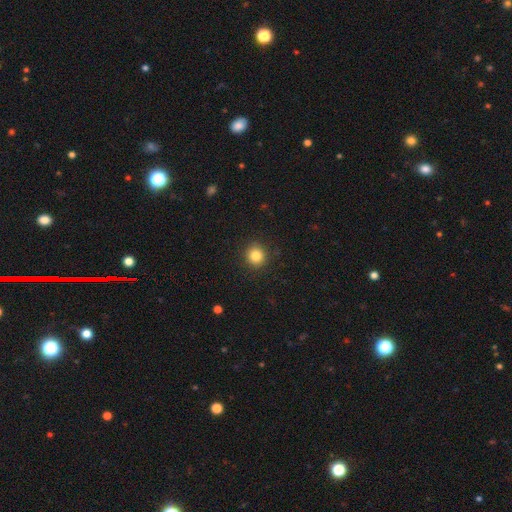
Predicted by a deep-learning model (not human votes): Smooth or featured?
  - smooth: 83% *
  - star or artifact: 11%
  - featured or disk: 5%
How rounded?
  - round: 91% *
  - in between: 8%
  - cigar-shaped: 1%
Merging?
  - none: 91% *
  - minor disturbance: 6%
  - major disturbance: 2%
  - merger: 1%